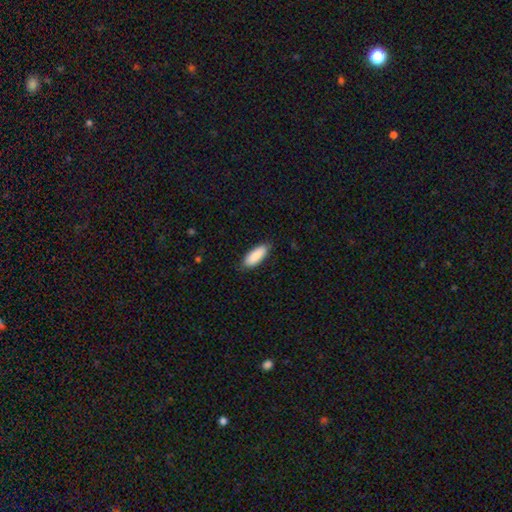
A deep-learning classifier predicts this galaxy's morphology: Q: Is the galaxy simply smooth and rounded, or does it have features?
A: smooth — 90%.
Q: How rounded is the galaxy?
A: in between — 75%.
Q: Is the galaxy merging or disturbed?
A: none — 86%.